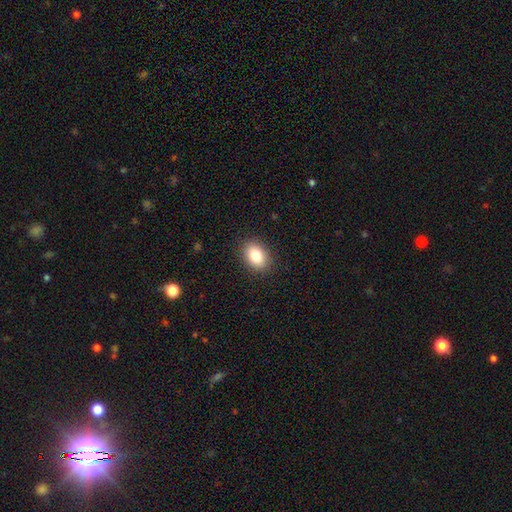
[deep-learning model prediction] Smooth or featured: smooth — 83% (featured or disk — 8%)
How rounded: in between — 79% (round — 20%)
Merging: none — 89% (minor disturbance — 8%)